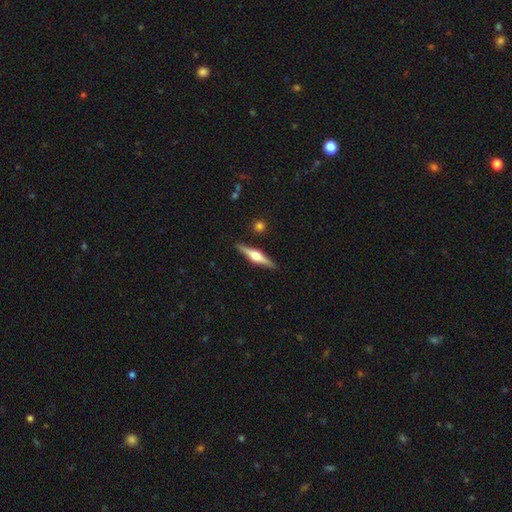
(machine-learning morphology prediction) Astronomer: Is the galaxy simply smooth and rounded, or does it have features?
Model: featured or disk — 73%.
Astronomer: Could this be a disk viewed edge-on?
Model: yes — 98%.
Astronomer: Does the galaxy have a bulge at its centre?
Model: rounded — 91%.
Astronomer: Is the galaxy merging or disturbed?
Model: none — 89%.